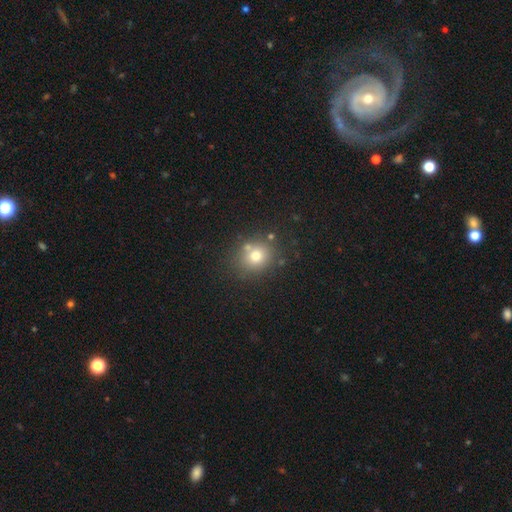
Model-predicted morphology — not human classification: type=smooth (73%); roundness=round (73%); merging=none (73%).